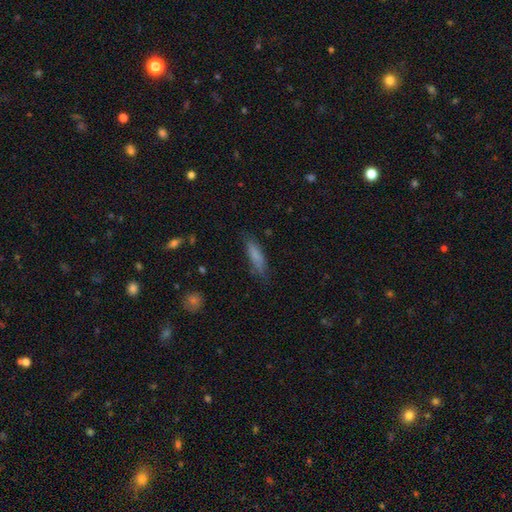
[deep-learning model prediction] smooth_or_featured: smooth (p=0.77) [alt: featured or disk p=0.15]
how_rounded: cigar-shaped (p=0.70) [alt: in between p=0.28]
merging: none (p=0.73) [alt: minor disturbance p=0.20]